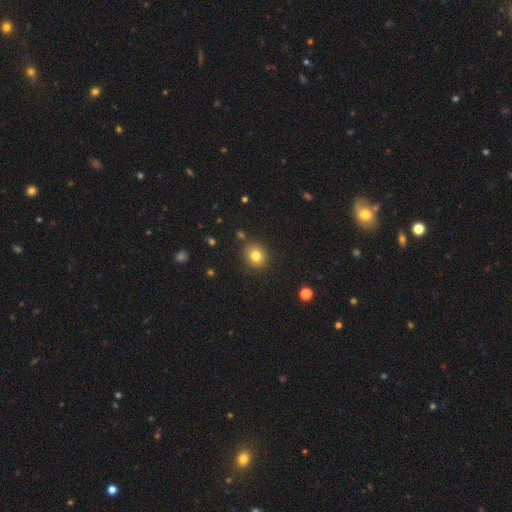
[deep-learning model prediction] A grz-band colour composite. It shows a smooth galaxy with no disk features (81%) that is round (74%). Merging: none (85%).